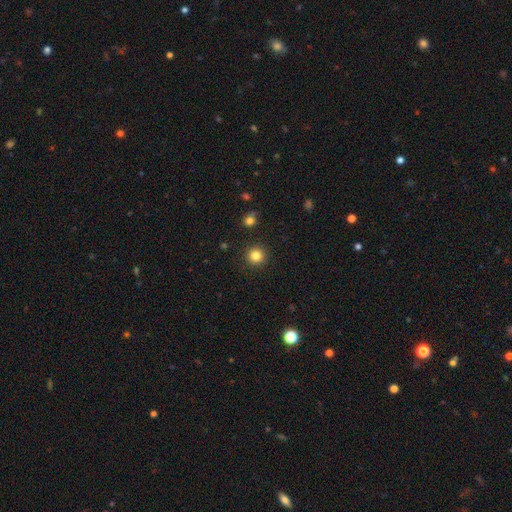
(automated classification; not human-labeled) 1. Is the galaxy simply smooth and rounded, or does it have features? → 83% smooth, 12% star or artifact, 5% featured or disk.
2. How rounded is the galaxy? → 95% round, 4% in between, 1% cigar-shaped.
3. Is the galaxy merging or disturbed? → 92% none, 5% minor disturbance, 2% major disturbance, 2% merger.